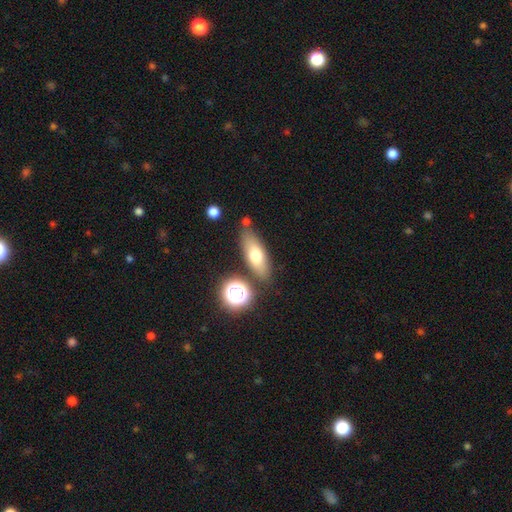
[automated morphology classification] Q: Smooth or featured?
A: smooth (65%); runner-up: featured or disk (26%)
Q: How rounded?
A: in between (64%); runner-up: cigar-shaped (30%)
Q: Merging?
A: none (75%); runner-up: minor disturbance (14%)